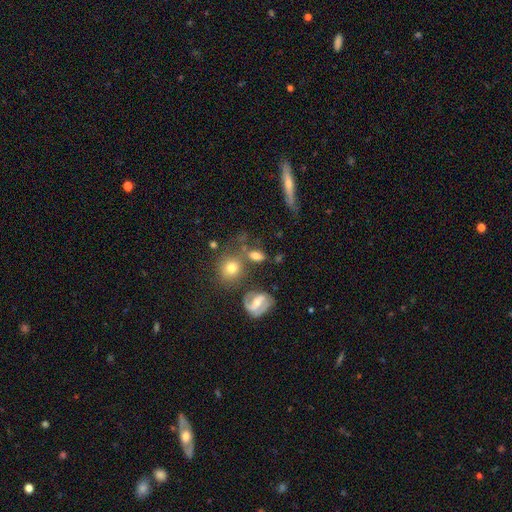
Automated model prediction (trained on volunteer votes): Overall: smooth (68%). How rounded: in between (67%; round 27%). Merging: none (57%; merger 17%).